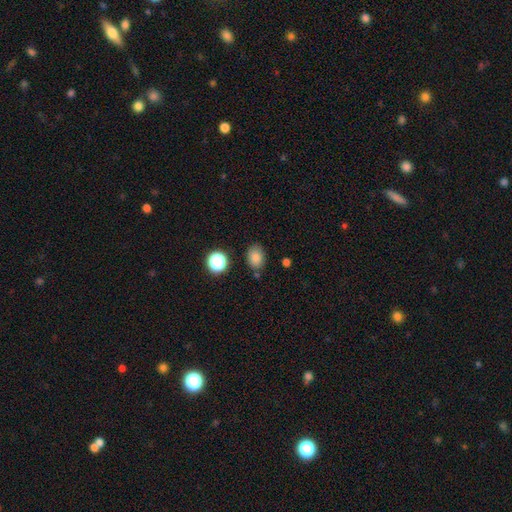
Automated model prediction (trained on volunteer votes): Smooth or featured? Predicted: smooth (p=0.82). How rounded? Predicted: in between (p=0.69). Merging? Predicted: none (p=0.77).